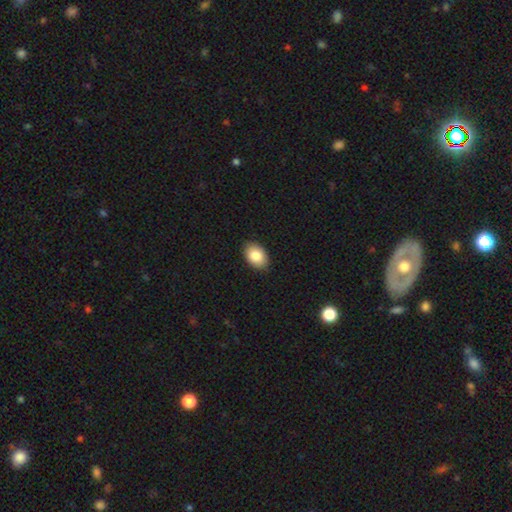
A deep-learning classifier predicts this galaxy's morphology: Smooth or featured: smooth — 85% (featured or disk — 8%)
How rounded: in between — 85% (round — 14%)
Merging: none — 89% (minor disturbance — 8%)